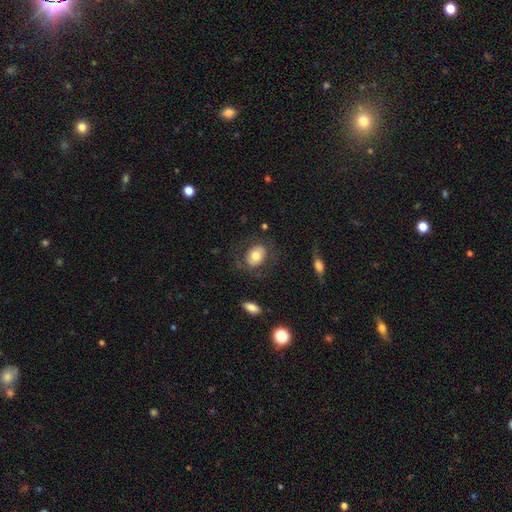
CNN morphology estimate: This is likely a smooth galaxy (68%). How rounded: possibly in between (59%). Merging: likely none (75%).